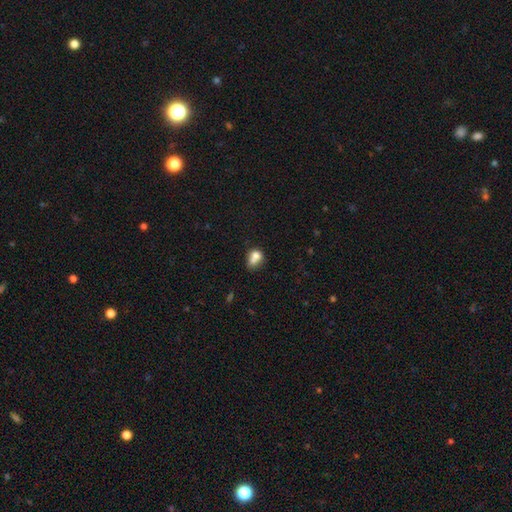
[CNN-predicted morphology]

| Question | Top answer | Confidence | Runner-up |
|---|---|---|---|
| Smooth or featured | smooth | 72% | featured or disk (18%) |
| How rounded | round | 50% | in between (49%) |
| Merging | merger | 49% | none (29%) |